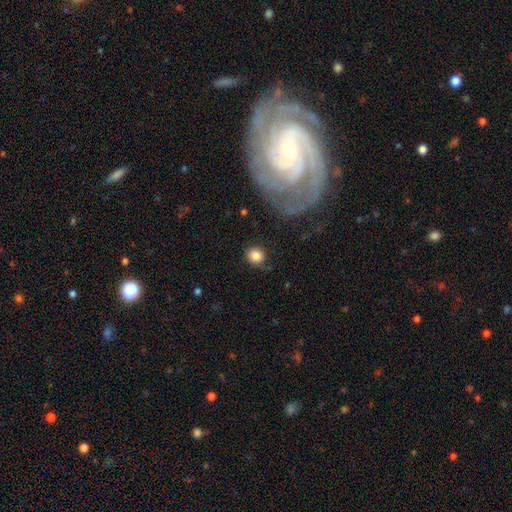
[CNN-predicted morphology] This appears to be a smooth galaxy with no disk features (83%) that is round (82%). Merging: none (77%).